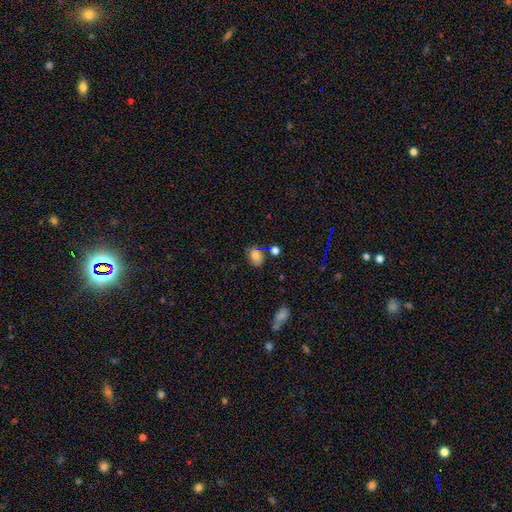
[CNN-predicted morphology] The model was most divided on "how rounded": in between: 64%, round: 34%, cigar-shaped: 1%. More confident: smooth or featured — smooth (74%); merging — none (64%).